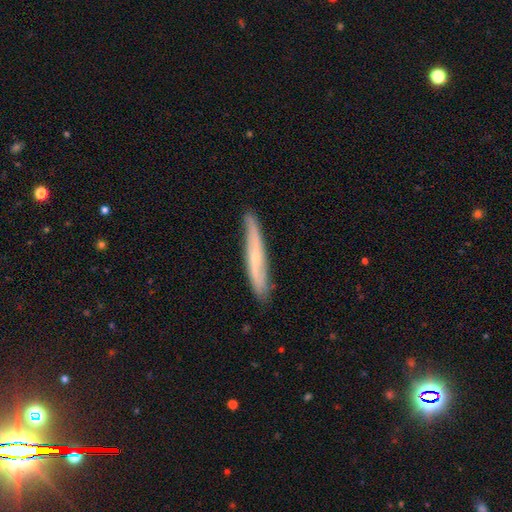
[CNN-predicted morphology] A featured or disk galaxy (57%) viewed edge-on (72%). Merging: none (82%).